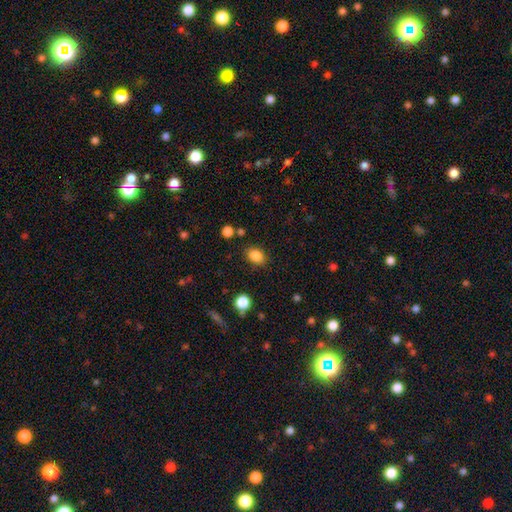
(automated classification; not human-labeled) Smooth or featured?
  - smooth: 85% *
  - star or artifact: 10%
  - featured or disk: 4%
How rounded?
  - in between: 69% *
  - round: 30%
  - cigar-shaped: 1%
Merging?
  - none: 83% *
  - minor disturbance: 11%
  - major disturbance: 3%
  - merger: 3%